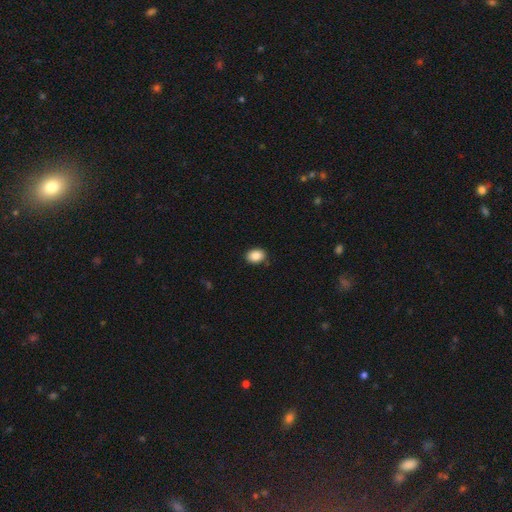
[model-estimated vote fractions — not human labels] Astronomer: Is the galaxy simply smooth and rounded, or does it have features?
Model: smooth — 87%.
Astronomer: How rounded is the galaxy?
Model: in between — 70%.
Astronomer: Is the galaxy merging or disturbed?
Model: none — 85%.